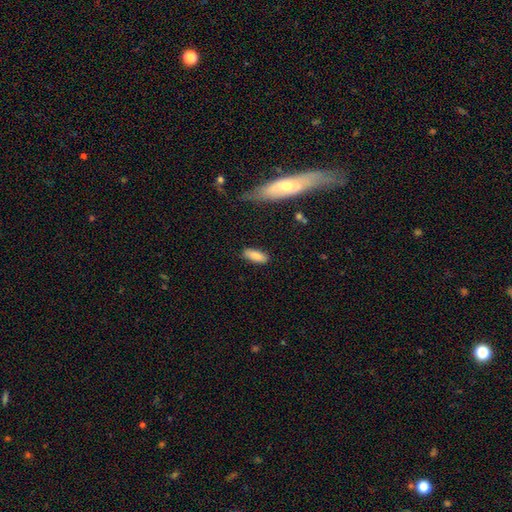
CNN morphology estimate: Overall: smooth (85%). How rounded: in between (78%). Merging: none (83%).